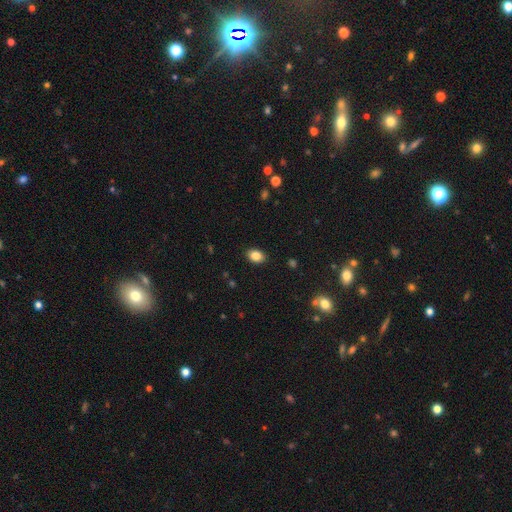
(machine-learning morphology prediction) Smooth or featured: smooth — 86% (star or artifact — 9%)
How rounded: in between — 78% (round — 21%)
Merging: none — 88% (minor disturbance — 8%)